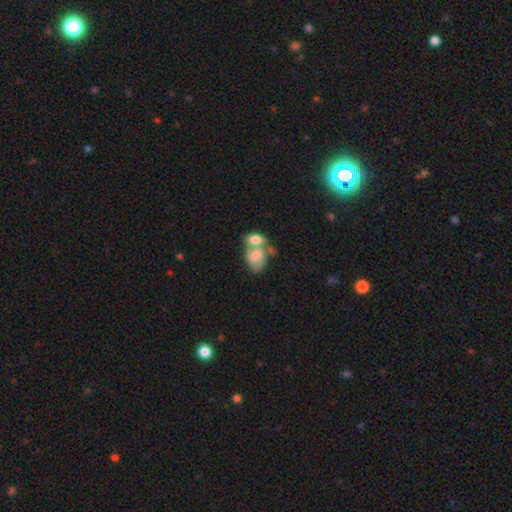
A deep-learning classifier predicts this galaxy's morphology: The model was most divided on "smooth or featured": smooth: 70%, featured or disk: 23%, star or artifact: 7%. More confident: how rounded — in between (82%); merging — merger (70%).